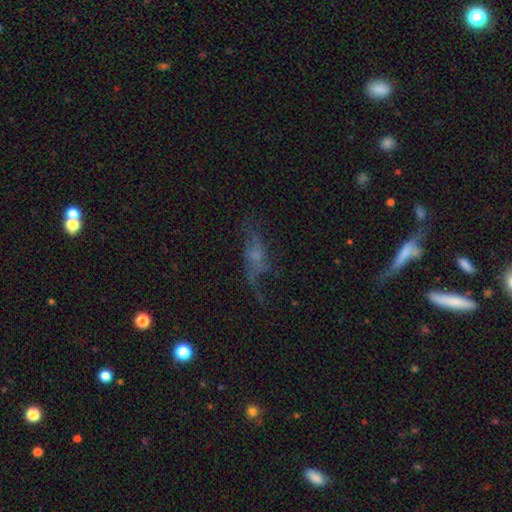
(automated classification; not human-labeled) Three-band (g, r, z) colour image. It shows a featured or disk galaxy (55%). Merging: none (45%).